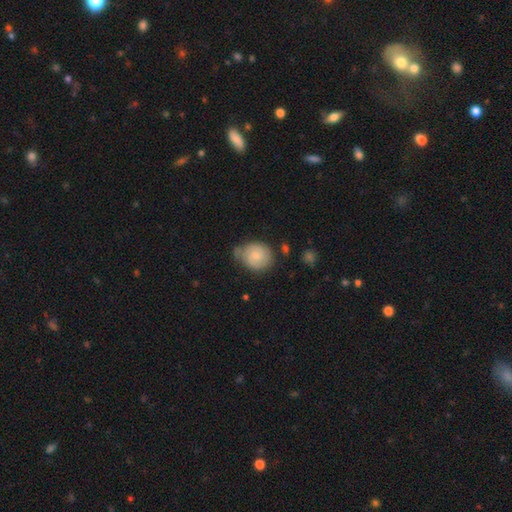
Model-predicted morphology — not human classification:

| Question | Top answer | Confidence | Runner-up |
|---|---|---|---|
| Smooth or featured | smooth | 58% | featured or disk (35%) |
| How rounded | round | 67% | in between (32%) |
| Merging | none | 49% | minor disturbance (34%) |